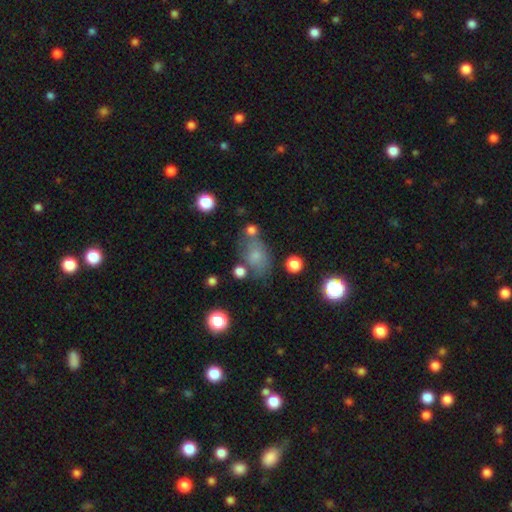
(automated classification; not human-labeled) Smooth or featured?
  - smooth: 70% *
  - featured or disk: 17%
  - star or artifact: 13%
How rounded?
  - in between: 78% *
  - round: 19%
  - cigar-shaped: 2%
Merging?
  - none: 55% *
  - minor disturbance: 22%
  - merger: 13%
  - major disturbance: 10%